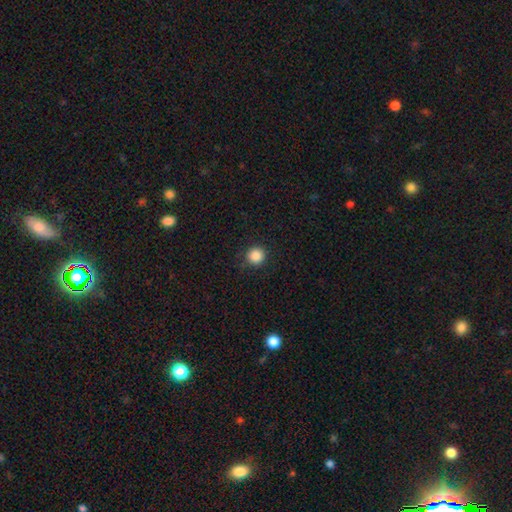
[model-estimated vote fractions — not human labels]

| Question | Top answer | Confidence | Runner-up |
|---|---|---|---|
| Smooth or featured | smooth | 87% | star or artifact (10%) |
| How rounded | round | 94% | in between (5%) |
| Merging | none | 89% | minor disturbance (8%) |